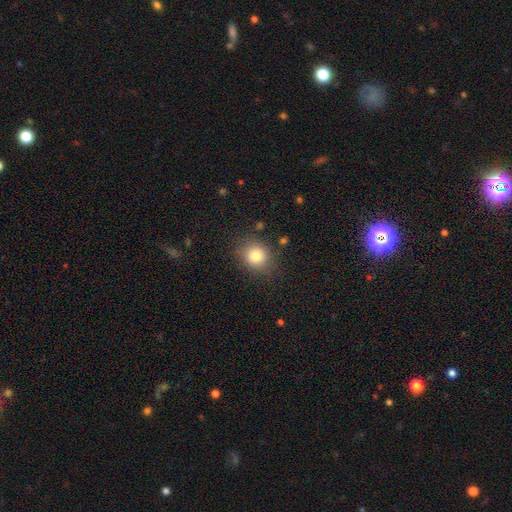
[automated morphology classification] A smooth galaxy with no disk features (80%) that is round (79%).

Vote fractions:
- Smooth or featured? smooth: 80% / star or artifact: 12% / featured or disk: 8%
- How rounded? round: 79% / in between: 20% / cigar-shaped: 1%
- Merging? none: 85% / minor disturbance: 10% / major disturbance: 3% / merger: 2%